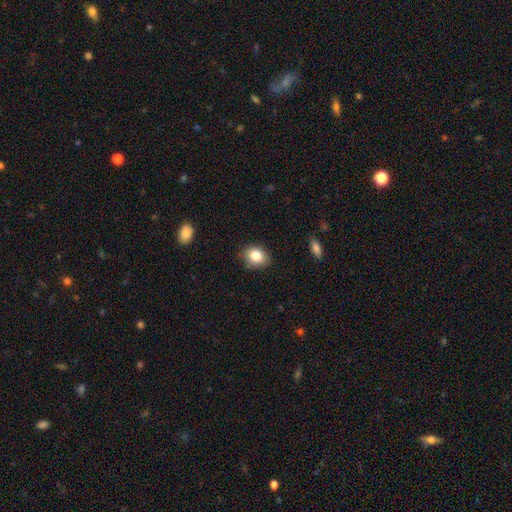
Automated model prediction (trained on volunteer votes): smooth 85%, star or artifact 9%, featured or disk 7%. Down the decision tree: how rounded — in between (59%); merging — none (81%).